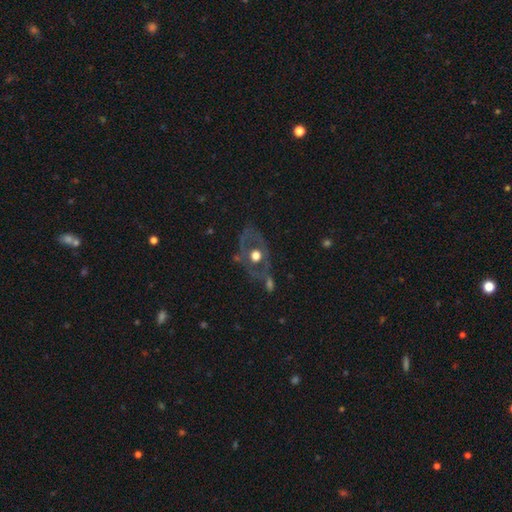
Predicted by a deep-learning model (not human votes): This is possibly a featured or disk galaxy (56%). It is clearly not viewed edge-on (91%). Bar: clearly no (90%). Spiral arm pattern: clearly no (80%). Central bulge: possibly moderate (58%). Merging: possibly none (58%).